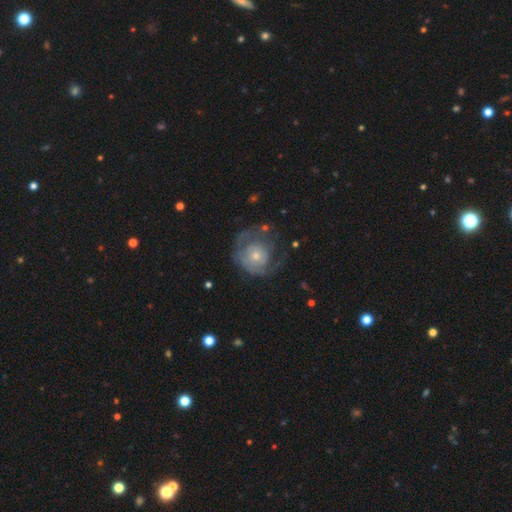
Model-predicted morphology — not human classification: The model was most divided on "bulge size": small: 51%, moderate: 41%, large: 4%, none: 2%, dominant: 1%. Remaining: edge-on disk — no (97%); bar — no (83%); spiral arms — yes (69%); smooth or featured — featured or disk (64%); merging — none (49%).